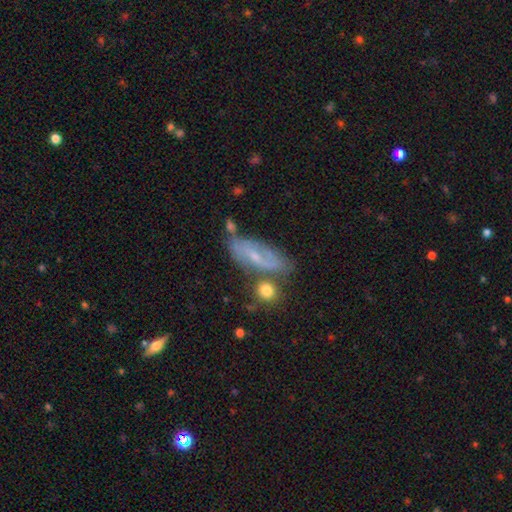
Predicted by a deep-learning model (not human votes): A featured or disk galaxy (59%). Merging: none (58%).